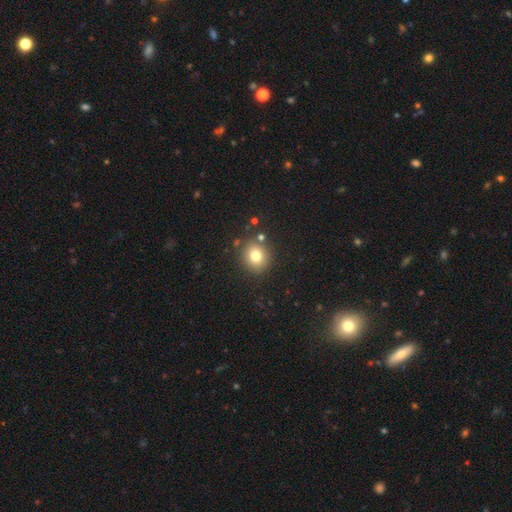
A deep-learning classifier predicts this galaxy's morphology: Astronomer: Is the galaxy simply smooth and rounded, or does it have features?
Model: smooth — 77%.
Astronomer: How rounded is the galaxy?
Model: round — 82%.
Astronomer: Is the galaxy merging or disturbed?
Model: none — 84%.